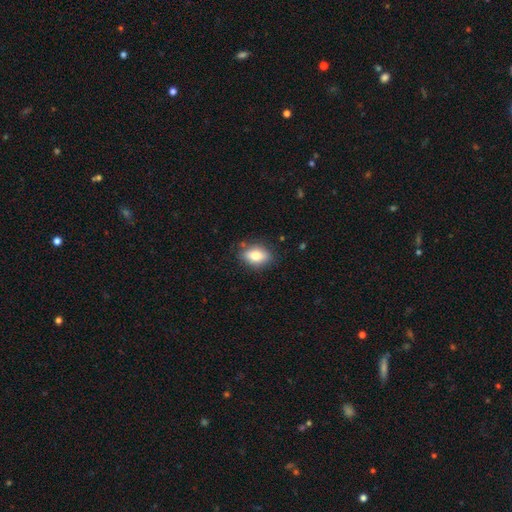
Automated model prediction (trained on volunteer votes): Morphology: type=smooth (79%); roundness=in between (80%); merging=none (81%).